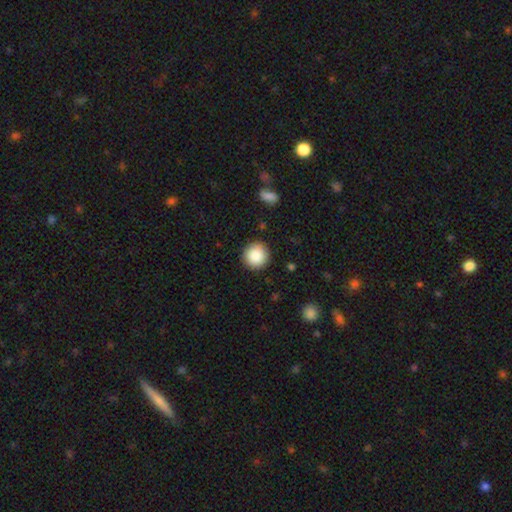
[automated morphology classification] type=smooth (87%); roundness=round (95%); merging=none (90%).